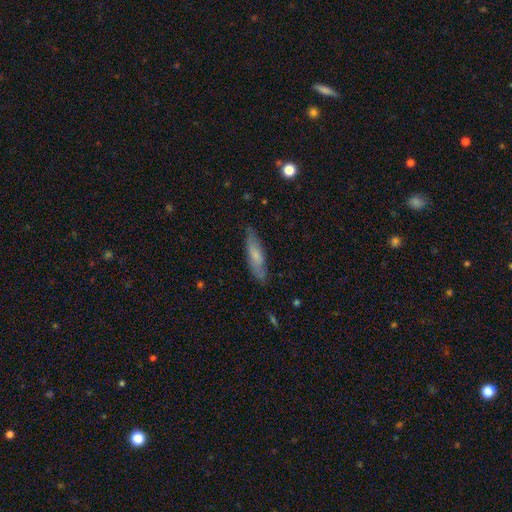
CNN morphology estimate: smooth 61%, featured or disk 33%, star or artifact 6%. Down the decision tree: how rounded — cigar-shaped (68%); merging — none (80%).